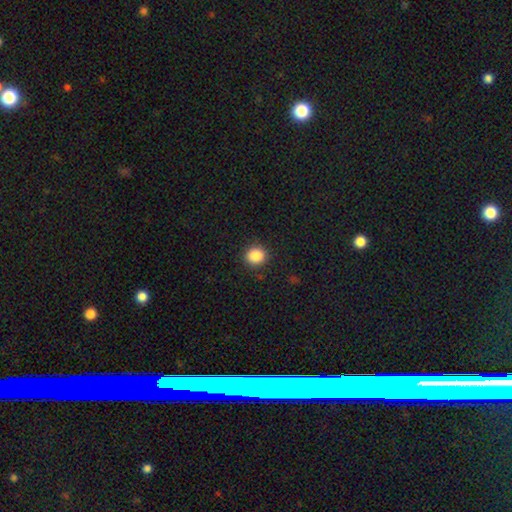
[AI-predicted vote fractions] Smooth or featured? smooth (86%)
How rounded? round (85%)
Merging? none (90%)